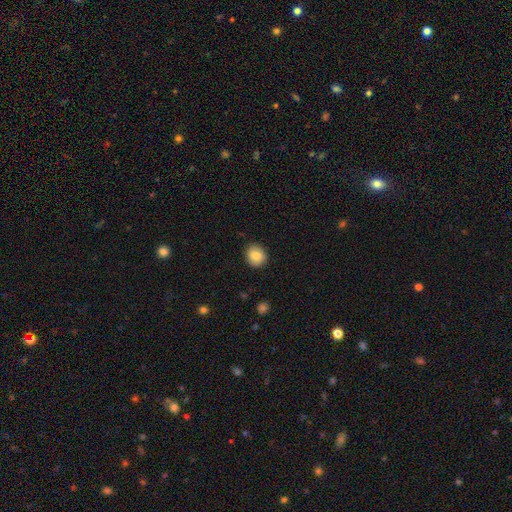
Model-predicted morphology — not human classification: smooth_or_featured: smooth (p=0.86) [alt: star or artifact p=0.08]
how_rounded: round (p=0.76) [alt: in between p=0.23]
merging: none (p=0.89) [alt: minor disturbance p=0.08]